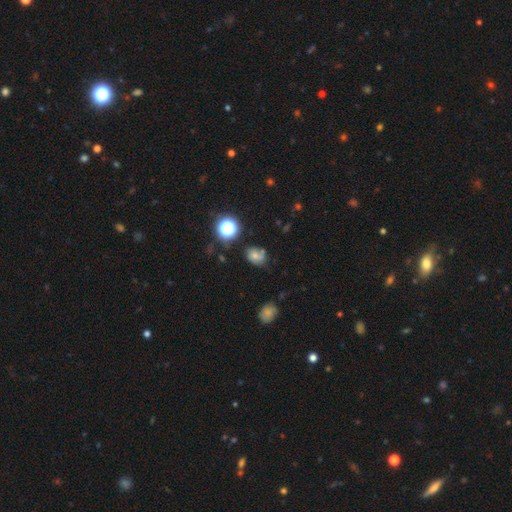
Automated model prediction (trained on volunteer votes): This is possibly a smooth galaxy (59%). How rounded: possibly in between (52%). Merging: possibly none (57%).